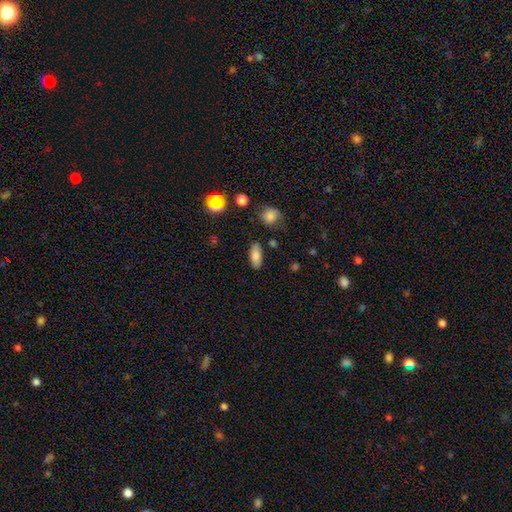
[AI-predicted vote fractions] Overall: smooth (81%). How rounded: in between (80%). Merging: none (85%).